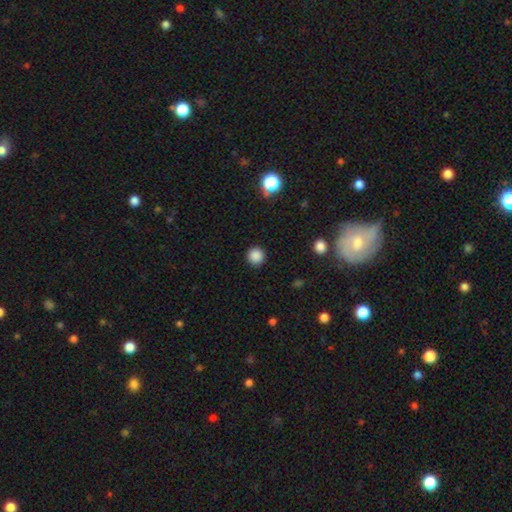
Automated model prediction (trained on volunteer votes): The model was most divided on "smooth or featured": smooth: 86%, star or artifact: 11%, featured or disk: 3%. More confident: how rounded — round (95%); merging — none (92%).